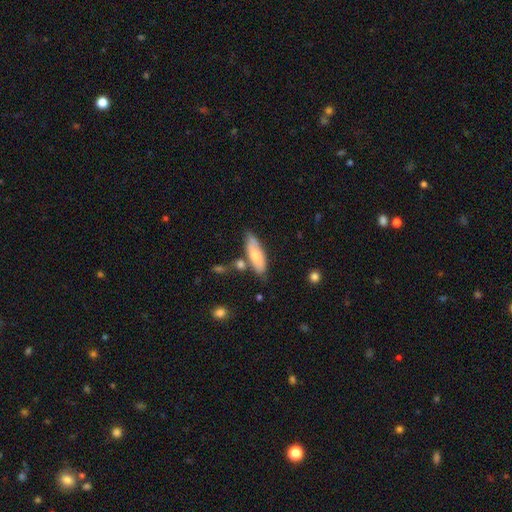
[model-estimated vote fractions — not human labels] Morphology: type=smooth (66%); roundness=in between (66%); merging=none (60%).